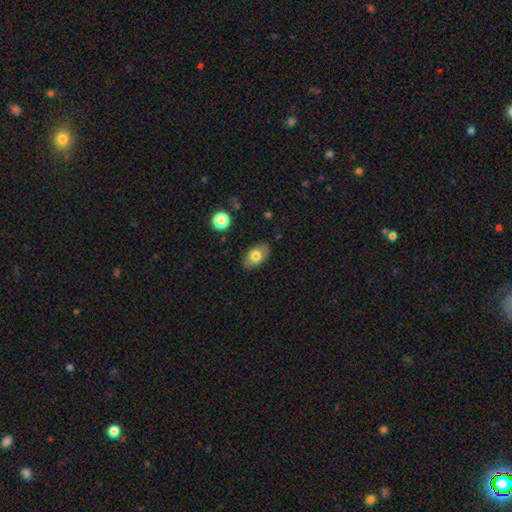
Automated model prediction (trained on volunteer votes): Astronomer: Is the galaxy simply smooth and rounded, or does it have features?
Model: smooth — 73%.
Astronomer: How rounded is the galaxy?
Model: in between — 89%.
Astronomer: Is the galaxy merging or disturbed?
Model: none — 84%.